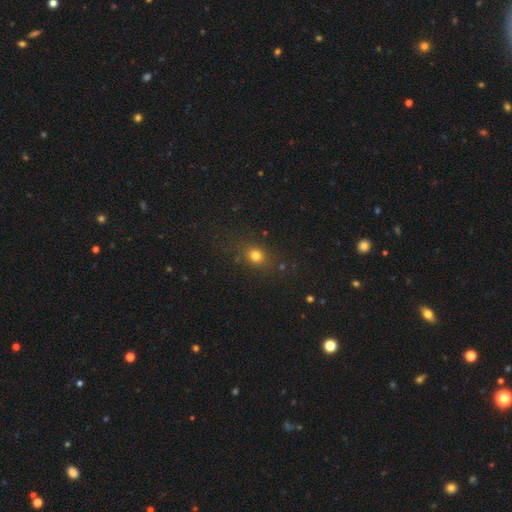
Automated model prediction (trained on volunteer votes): smooth_or_featured: smooth (p=0.76) [alt: star or artifact p=0.16]
how_rounded: round (p=0.56) [alt: in between p=0.42]
merging: none (p=0.80) [alt: minor disturbance p=0.12]